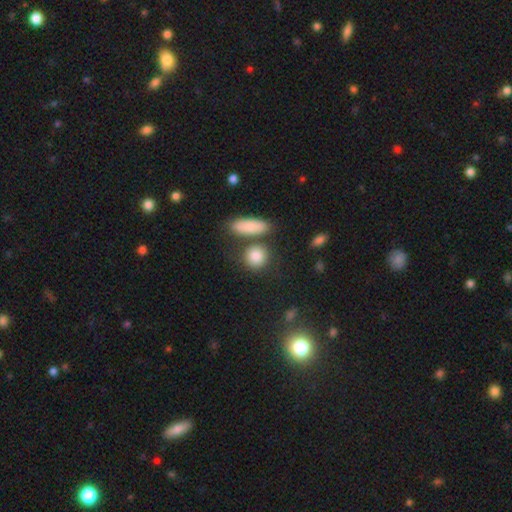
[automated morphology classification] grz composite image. It shows a smooth galaxy with no disk features (85%) that is round (74%). Merging: none (70%).